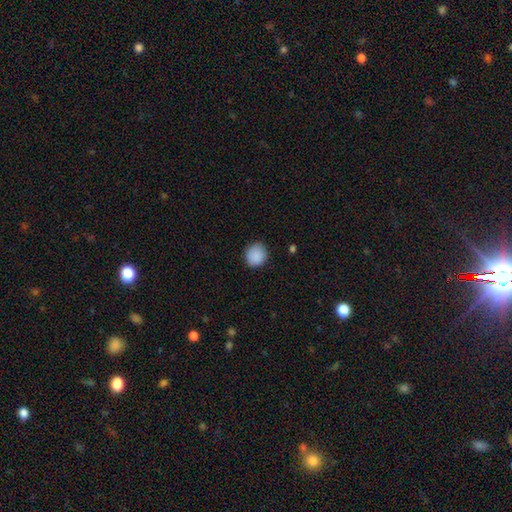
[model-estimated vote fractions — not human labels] This is clearly a smooth galaxy (89%). How rounded: clearly round (84%). Merging: clearly none (86%).